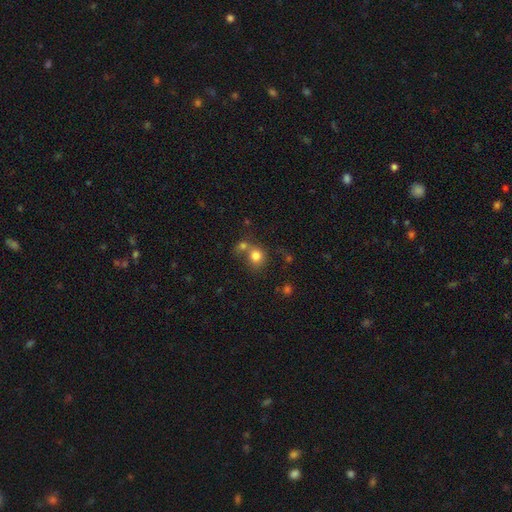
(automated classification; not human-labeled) A smooth galaxy with no disk features (79%) that is round (78%). Merging: none (44%).